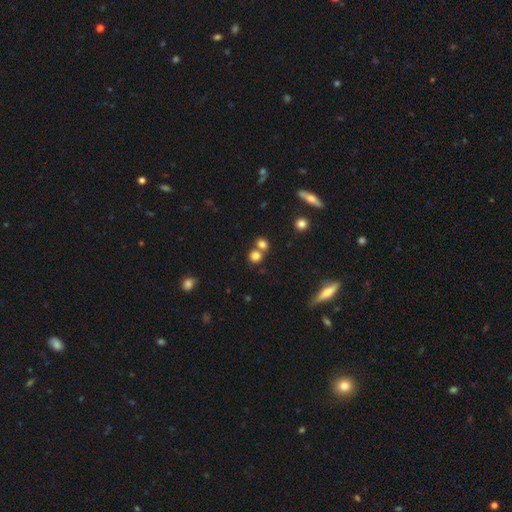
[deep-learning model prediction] Smooth or featured: smooth — 78% (star or artifact — 14%)
How rounded: round — 83% (in between — 16%)
Merging: none — 51% (merger — 39%)